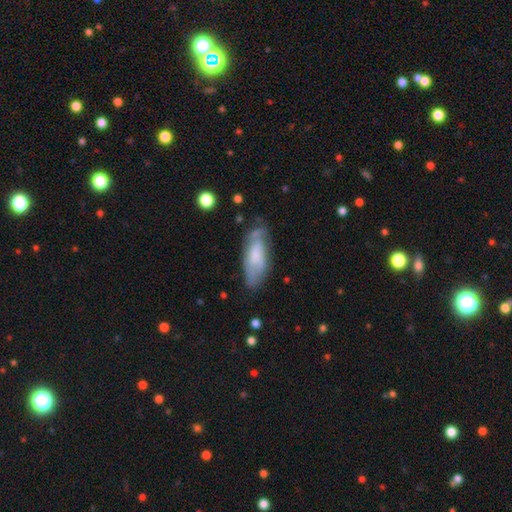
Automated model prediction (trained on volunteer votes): This appears to be a smooth galaxy with no disk features (49%). Merging: none (59%).